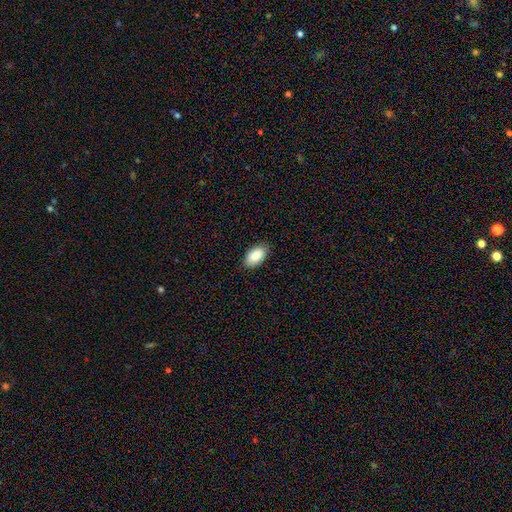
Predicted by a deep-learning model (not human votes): This is clearly a smooth galaxy (88%). How rounded: clearly in between (95%). Merging: clearly none (86%).